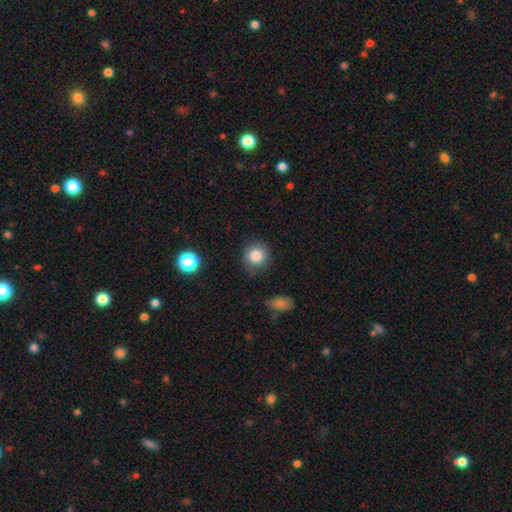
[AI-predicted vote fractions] The model was most divided on "merging": none: 77%, minor disturbance: 16%, major disturbance: 5%, merger: 2%. More confident: how rounded — round (88%); smooth or featured — smooth (84%).